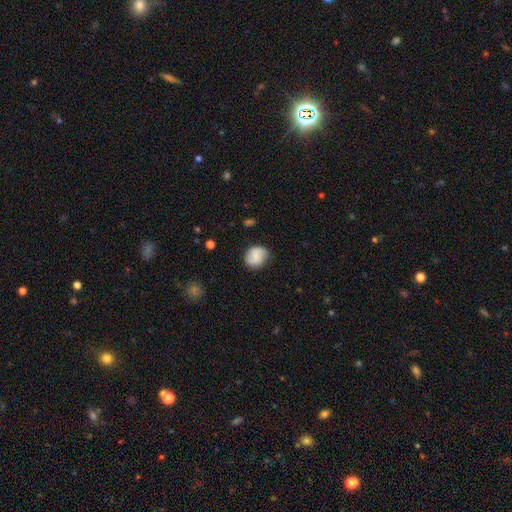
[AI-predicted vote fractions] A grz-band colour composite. It shows a smooth galaxy with no disk features (61%) that is round (66%). Merging: none (77%).